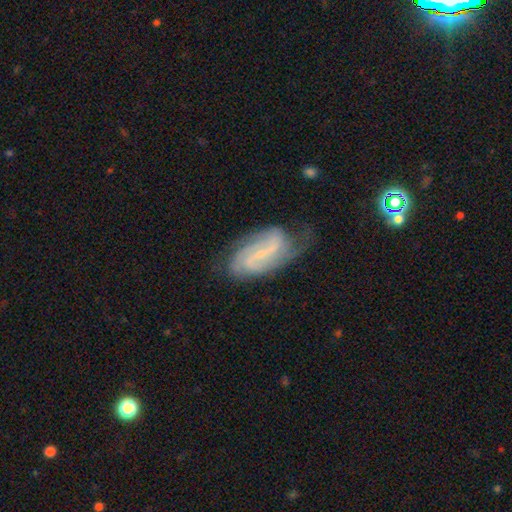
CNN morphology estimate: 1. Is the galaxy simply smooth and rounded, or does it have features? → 77% featured or disk, 15% smooth, 9% star or artifact.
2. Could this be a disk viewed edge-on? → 95% no, 5% yes.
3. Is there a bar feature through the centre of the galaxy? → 44% weak, 30% no, 26% strong.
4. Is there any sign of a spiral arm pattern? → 94% yes, 6% no.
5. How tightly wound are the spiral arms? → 43% medium, 29% tight, 28% loose.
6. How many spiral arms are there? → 64% 2, 17% can't tell, 10% 3, 4% 1, 3% 4, 3% more than 4.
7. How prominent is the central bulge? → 72% small, 13% none, 13% moderate, 1% large, 1% dominant.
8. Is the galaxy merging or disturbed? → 67% none, 22% minor disturbance, 9% major disturbance, 2% merger.